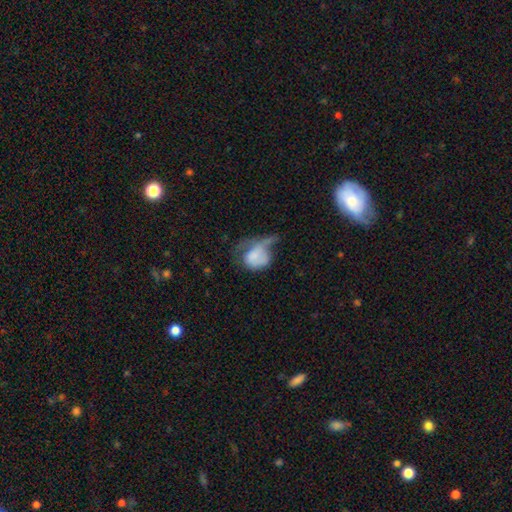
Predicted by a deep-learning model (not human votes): Overall: smooth (61%; featured or disk 31%). How rounded: in between (57%; round 41%). Merging: major disturbance (53%; minor disturbance 20%).